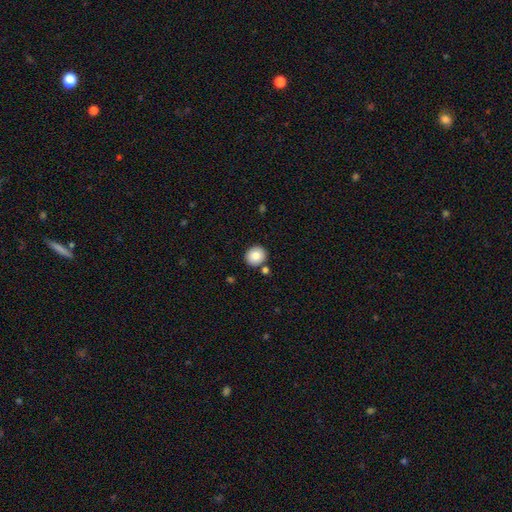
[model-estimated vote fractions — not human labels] smooth-or-featured: smooth: 83% | star or artifact: 8% | featured or disk: 8%
  how-rounded: round: 80% | in between: 19% | cigar-shaped: 1%
  merging: none: 84% | minor disturbance: 7% | merger: 7% | major disturbance: 2%